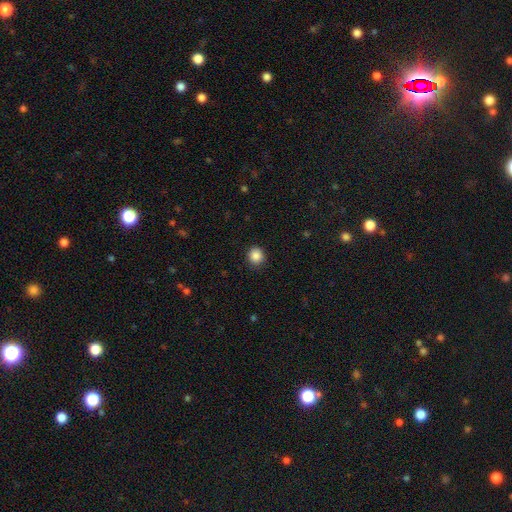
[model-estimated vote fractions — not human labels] Smooth or featured?
  - smooth: 87% *
  - star or artifact: 10%
  - featured or disk: 3%
How rounded?
  - round: 88% *
  - in between: 11%
  - cigar-shaped: 1%
Merging?
  - none: 90% *
  - minor disturbance: 7%
  - major disturbance: 2%
  - merger: 1%